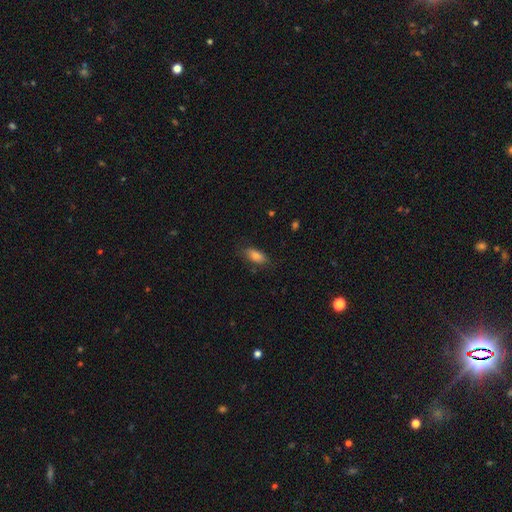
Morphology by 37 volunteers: A smooth galaxy with no disk features (86%) that is in between round and cigar-shaped (88%).

Vote fractions:
- Smooth or featured? smooth: 86% / featured or disk: 8% / star or artifact: 5%
- How rounded? in between: 88% / round: 12% / cigar-shaped: 0%
- Merging? none: 77% / minor disturbance: 14% / major disturbance: 6% / merger: 3%